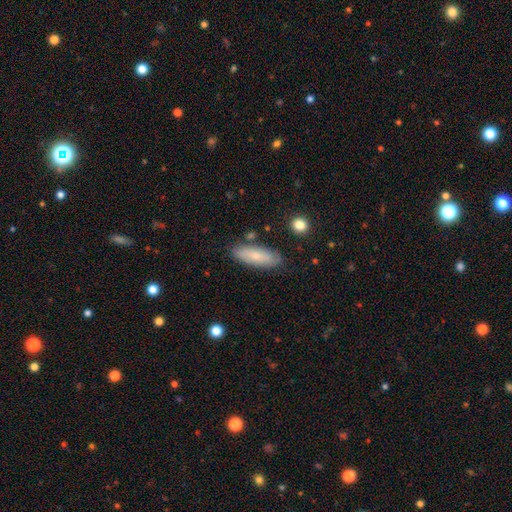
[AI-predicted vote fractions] Smooth or featured?
  - smooth: 71% *
  - featured or disk: 23%
  - star or artifact: 7%
How rounded?
  - in between: 62% *
  - cigar-shaped: 36%
  - round: 2%
Merging?
  - none: 80% *
  - minor disturbance: 14%
  - major disturbance: 3%
  - merger: 3%